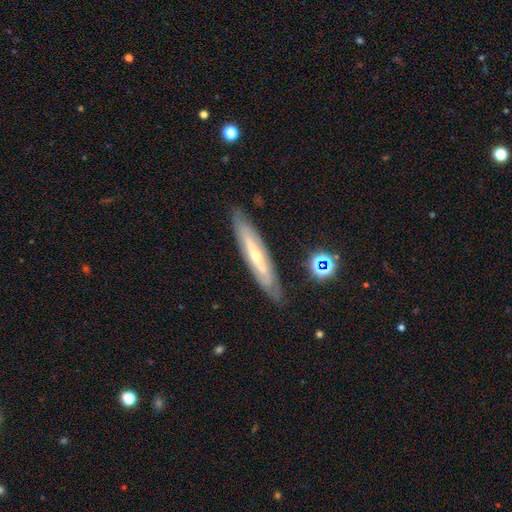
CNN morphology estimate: Smooth or featured? featured or disk (68%)
Edge-on disk? yes (57%)
Merging? none (84%)